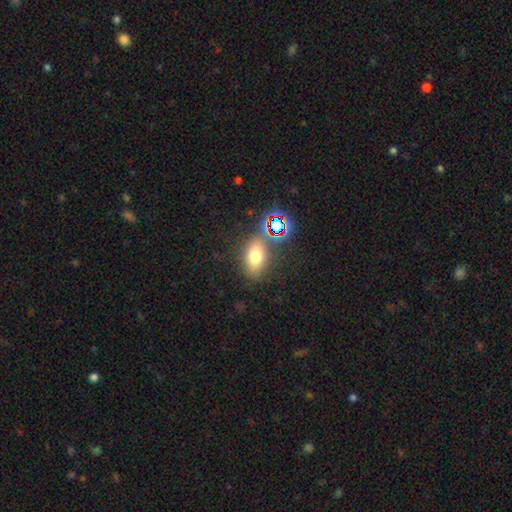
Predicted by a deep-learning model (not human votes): Smooth or featured: smooth — 65% (star or artifact — 21%)
How rounded: in between — 75% (round — 21%)
Merging: none — 74% (minor disturbance — 12%)